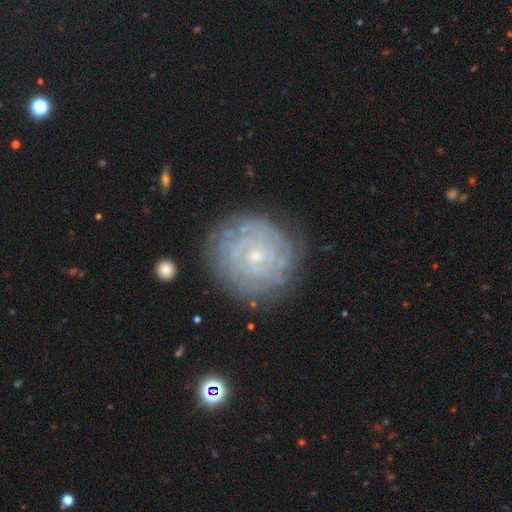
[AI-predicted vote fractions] Smooth or featured? featured or disk (79%)
Edge-on disk? no (97%)
Bar? no (71%)
Spiral arms? yes (93%)
Spiral winding? tight (84%)
Spiral arm count? can't tell (45%)
Bulge size? small (78%)
Merging? none (80%)